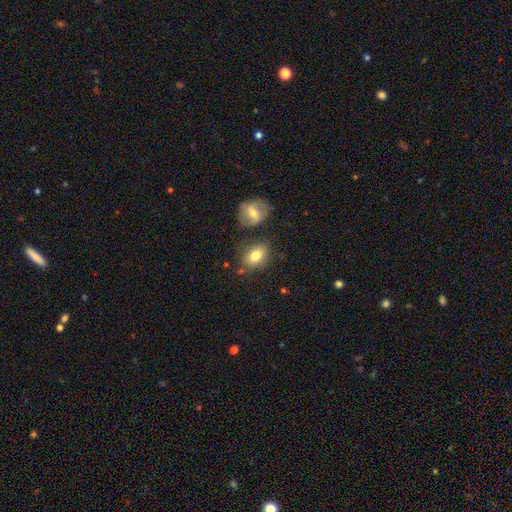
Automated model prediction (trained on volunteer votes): smooth-or-featured: smooth: 79% | featured or disk: 12% | star or artifact: 8%
  how-rounded: in between: 79% | round: 20% | cigar-shaped: 2%
  merging: none: 69% | minor disturbance: 16% | merger: 11% | major disturbance: 4%